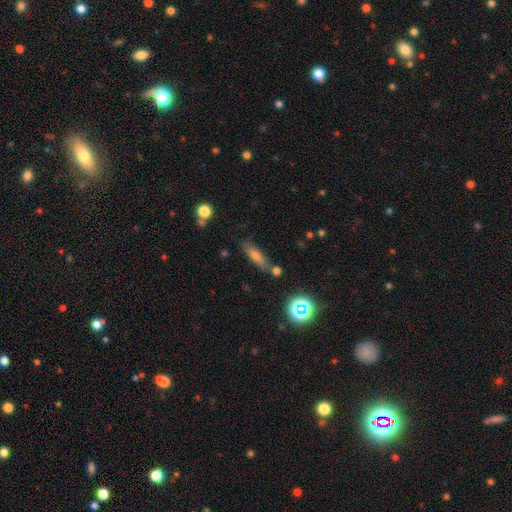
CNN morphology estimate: Smooth or featured: smooth — 55% (featured or disk — 29%)
How rounded: cigar-shaped — 61% (in between — 33%)
Merging: none — 75% (minor disturbance — 14%)